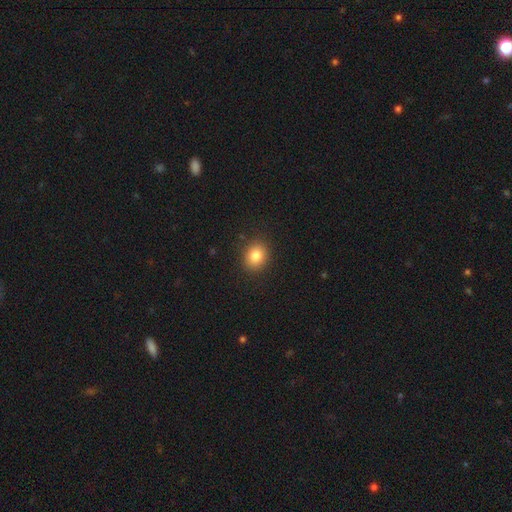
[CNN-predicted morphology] Smooth or featured? smooth (83%)
How rounded? round (64%)
Merging? none (88%)